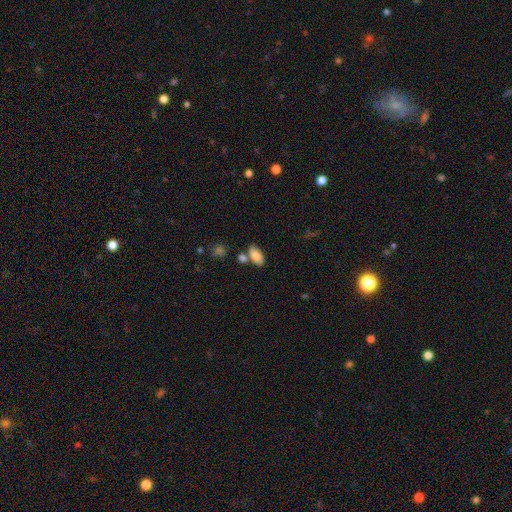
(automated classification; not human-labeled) smooth 82%, featured or disk 10%, star or artifact 7%. Down the decision tree: how rounded — in between (93%); merging — none (64%).